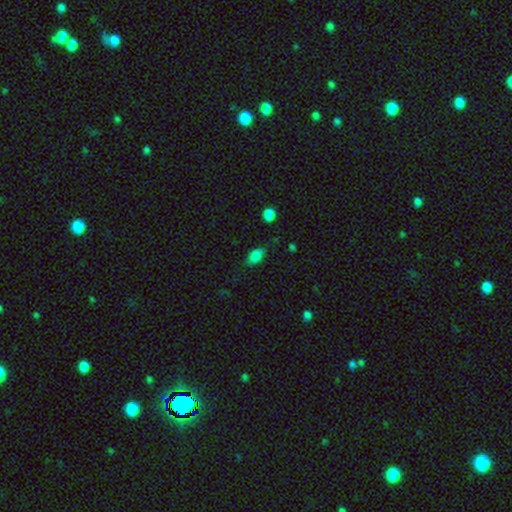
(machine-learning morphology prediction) This appears to be a smooth galaxy with no disk features (83%) that is in between round and cigar-shaped (88%). Merging: none (69%).